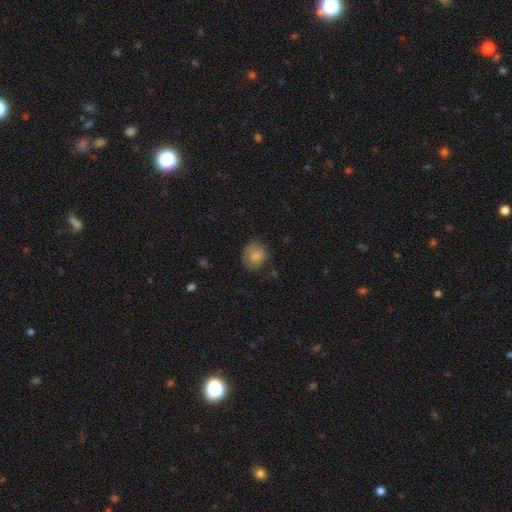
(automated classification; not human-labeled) Smooth or featured: smooth — 76% (featured or disk — 16%)
How rounded: round — 66% (in between — 33%)
Merging: none — 65% (minor disturbance — 24%)